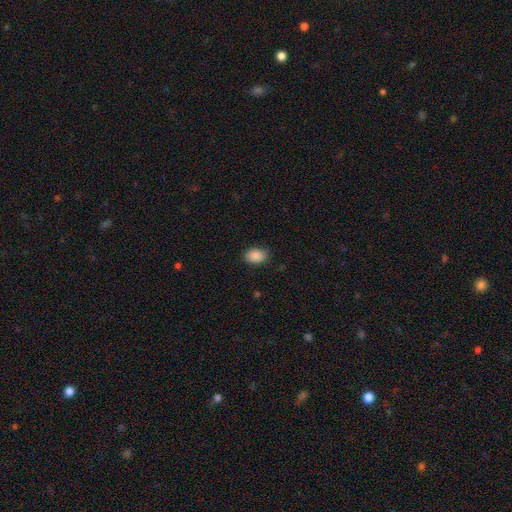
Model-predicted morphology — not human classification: A smooth galaxy with no disk features (89%) that is in between round and cigar-shaped (78%).

Vote fractions:
- Smooth or featured? smooth: 89% / star or artifact: 8% / featured or disk: 3%
- How rounded? in between: 78% / round: 21% / cigar-shaped: 1%
- Merging? none: 86% / minor disturbance: 11% / major disturbance: 2% / merger: 1%